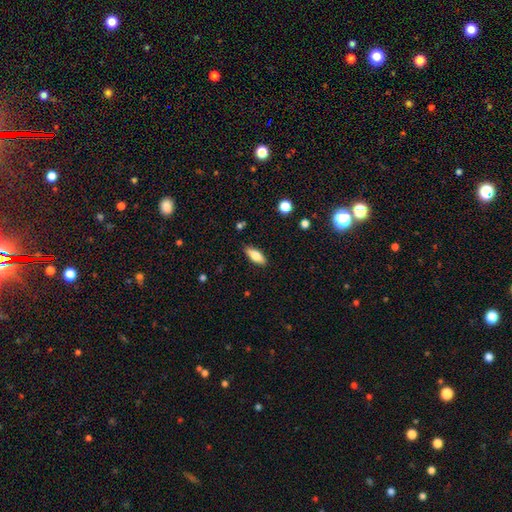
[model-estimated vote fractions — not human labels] smooth 72%, featured or disk 21%, star or artifact 7%. Down the decision tree: how rounded — in between (70%); merging — none (88%).